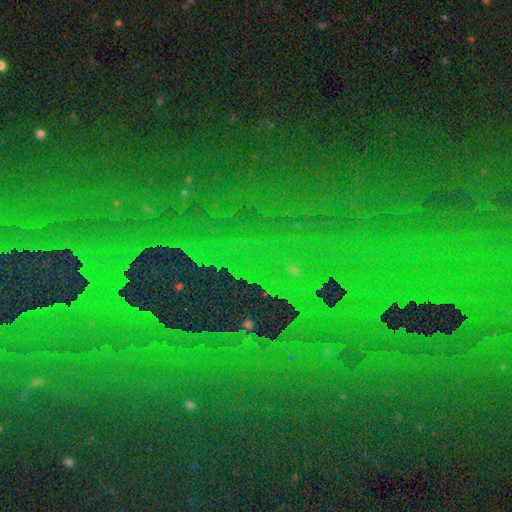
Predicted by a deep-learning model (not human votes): A star or artifact, not a galaxy (83%).